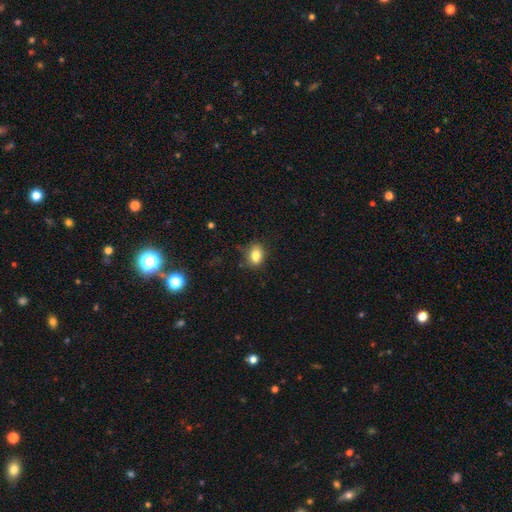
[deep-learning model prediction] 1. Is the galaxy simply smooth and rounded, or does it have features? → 83% smooth, 10% star or artifact, 7% featured or disk.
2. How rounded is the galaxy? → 64% in between, 34% round, 1% cigar-shaped.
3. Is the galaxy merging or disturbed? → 76% none, 18% minor disturbance, 4% major disturbance, 2% merger.